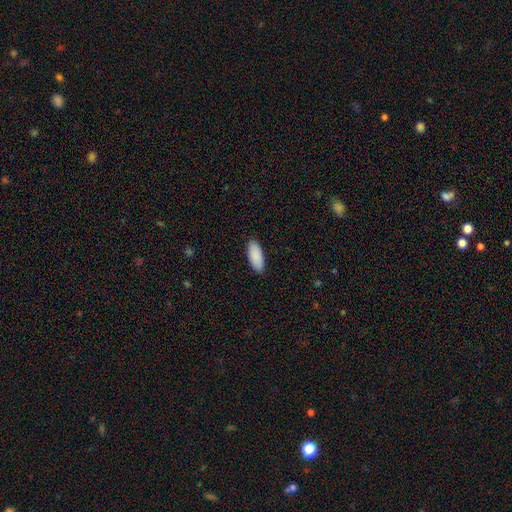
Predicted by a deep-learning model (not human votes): Smooth or featured?
  - smooth: 91% *
  - star or artifact: 6%
  - featured or disk: 4%
How rounded?
  - in between: 84% *
  - cigar-shaped: 14%
  - round: 2%
Merging?
  - none: 90% *
  - minor disturbance: 8%
  - major disturbance: 2%
  - merger: 1%